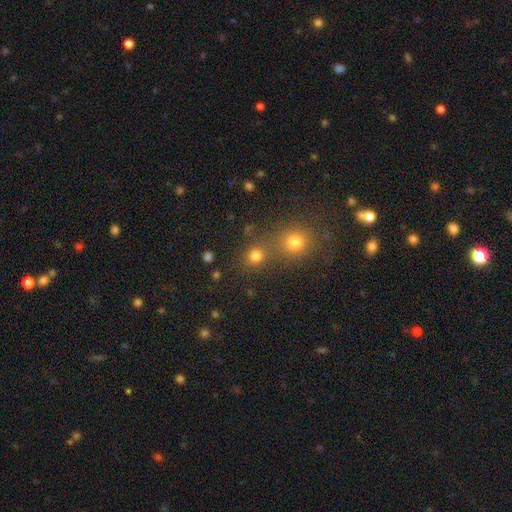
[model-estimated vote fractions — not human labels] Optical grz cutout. It shows a smooth galaxy with no disk features (77%) that is round (85%). Merging: none (57%).